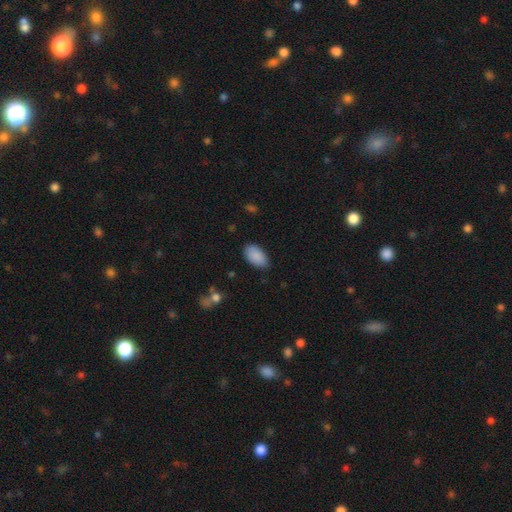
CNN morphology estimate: Smooth or featured? Predicted: smooth (p=0.90). How rounded? Predicted: in between (p=0.95). Merging? Predicted: none (p=0.83).